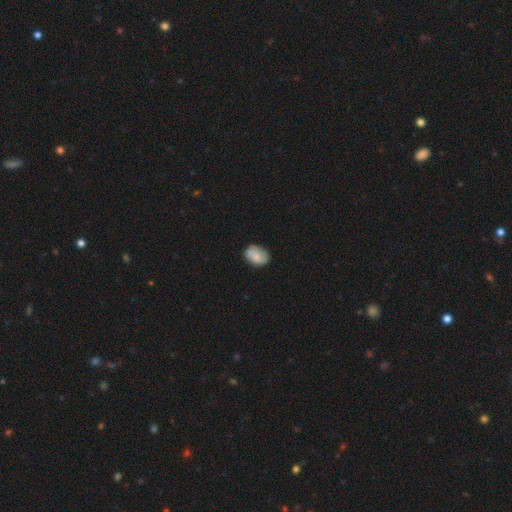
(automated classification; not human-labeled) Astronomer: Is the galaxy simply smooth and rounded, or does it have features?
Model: smooth — 76%.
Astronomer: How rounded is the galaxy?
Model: in between — 74%.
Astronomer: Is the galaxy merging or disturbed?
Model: none — 75%.